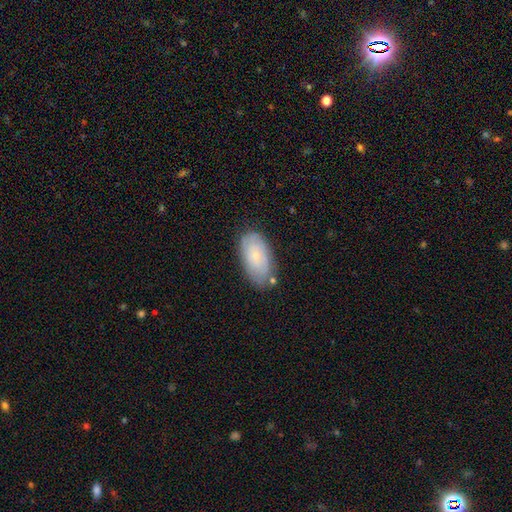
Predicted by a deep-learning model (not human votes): Smooth or featured? Predicted: smooth (p=0.56). How rounded? Predicted: in between (p=0.94). Merging? Predicted: none (p=0.71).